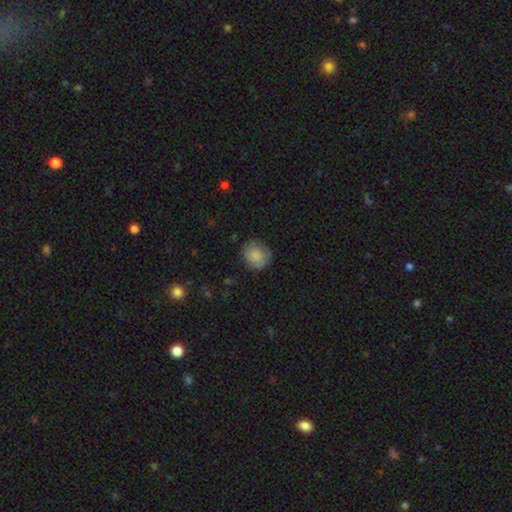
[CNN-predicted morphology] A smooth galaxy with no disk features (78%) that is round (75%).

Vote fractions:
- Smooth or featured? smooth: 78% / featured or disk: 14% / star or artifact: 8%
- How rounded? round: 75% / in between: 24% / cigar-shaped: 1%
- Merging? none: 77% / minor disturbance: 17% / major disturbance: 5% / merger: 1%